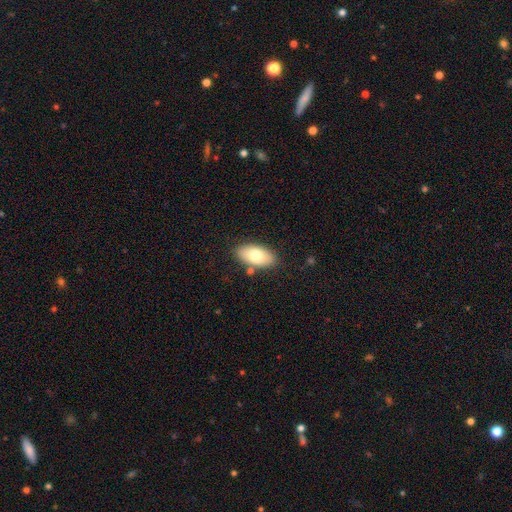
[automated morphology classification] A smooth galaxy with no disk features (73%) that is in between round and cigar-shaped (93%).

Vote fractions:
- Smooth or featured? smooth: 73% / featured or disk: 20% / star or artifact: 7%
- How rounded? in between: 93% / cigar-shaped: 4% / round: 3%
- Merging? none: 82% / minor disturbance: 11% / merger: 4% / major disturbance: 3%